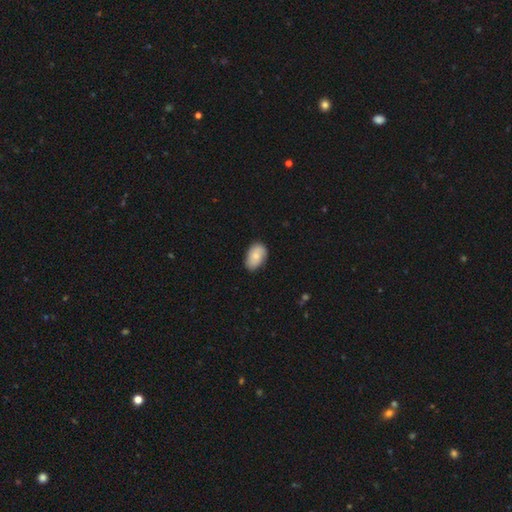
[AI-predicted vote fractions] Overall: smooth (77%). How rounded: in between (90%). Merging: none (78%).